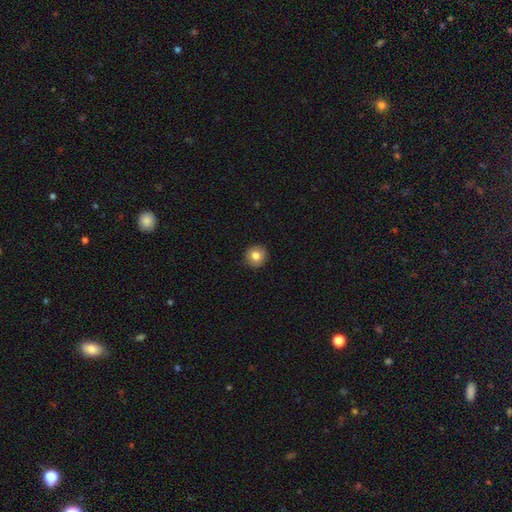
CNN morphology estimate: The model was most divided on "smooth or featured": smooth: 82%, star or artifact: 9%, featured or disk: 8%. More confident: how rounded — round (93%); merging — none (91%).